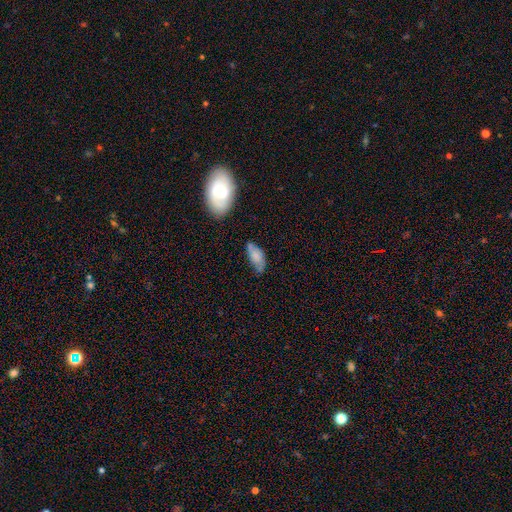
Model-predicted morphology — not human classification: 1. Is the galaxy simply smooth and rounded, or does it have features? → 68% smooth, 24% featured or disk, 8% star or artifact.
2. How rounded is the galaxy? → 82% in between, 15% cigar-shaped, 3% round.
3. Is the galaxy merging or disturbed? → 52% none, 32% minor disturbance, 9% major disturbance, 6% merger.